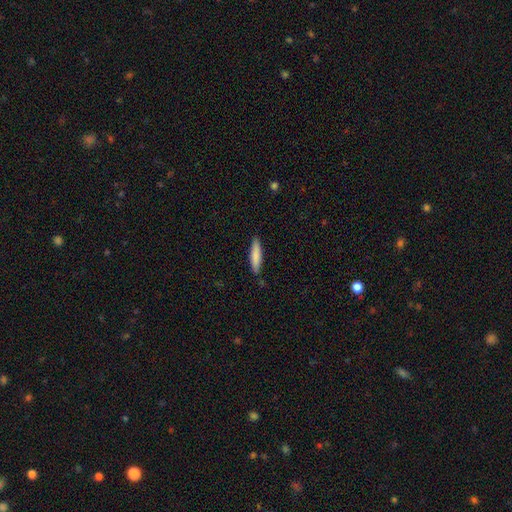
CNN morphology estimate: smooth-or-featured: smooth: 82% | featured or disk: 12% | star or artifact: 6%
  how-rounded: cigar-shaped: 78% | in between: 21% | round: 1%
  merging: none: 84% | minor disturbance: 12% | major disturbance: 2% | merger: 2%